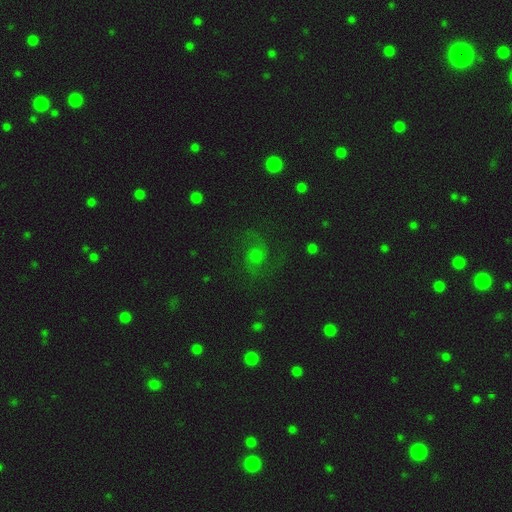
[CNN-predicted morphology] type=featured or disk (47%); merging=none (67%).